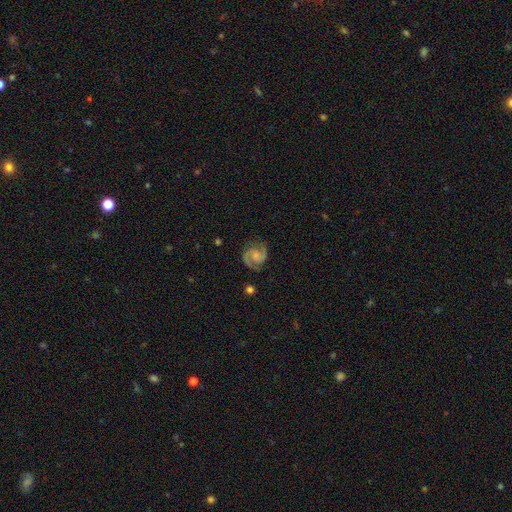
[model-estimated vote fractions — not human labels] Q: Smooth or featured?
A: featured or disk (88%); runner-up: smooth (7%)
Q: Edge-on disk?
A: no (98%); runner-up: yes (2%)
Q: Bar?
A: no (55%); runner-up: weak (38%)
Q: Spiral arms?
A: yes (98%); runner-up: no (2%)
Q: Spiral winding?
A: medium (56%); runner-up: tight (32%)
Q: Spiral arm count?
A: 2 (93%); runner-up: can't tell (2%)
Q: Bulge size?
A: small (38%); runner-up: moderate (31%)
Q: Merging?
A: none (80%); runner-up: minor disturbance (14%)